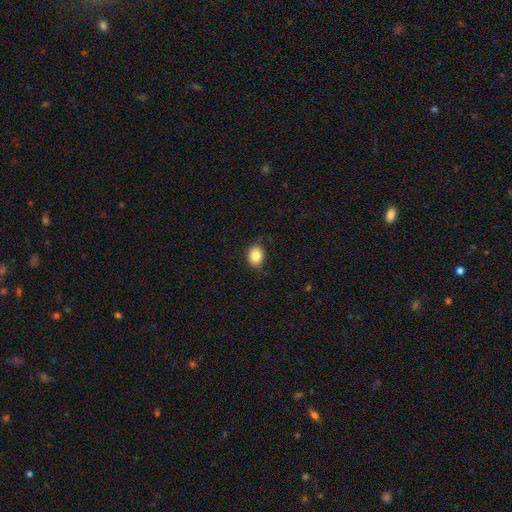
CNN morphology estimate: Smooth or featured? Predicted: smooth (p=0.84). How rounded? Predicted: round (p=0.53). Merging? Predicted: none (p=0.85).